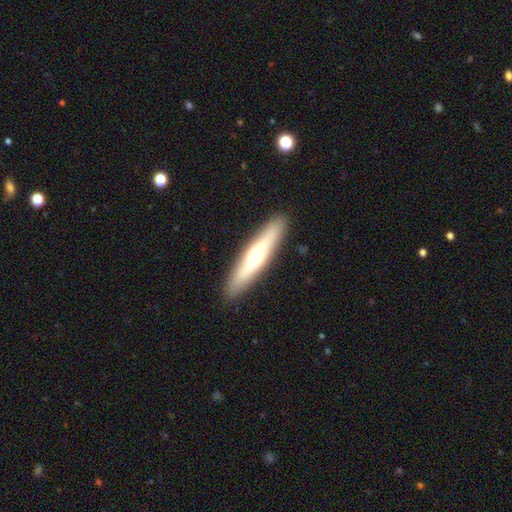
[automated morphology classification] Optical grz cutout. It shows a smooth galaxy with no disk features (51%) that is cigar-shaped (86%). Merging: none (90%).